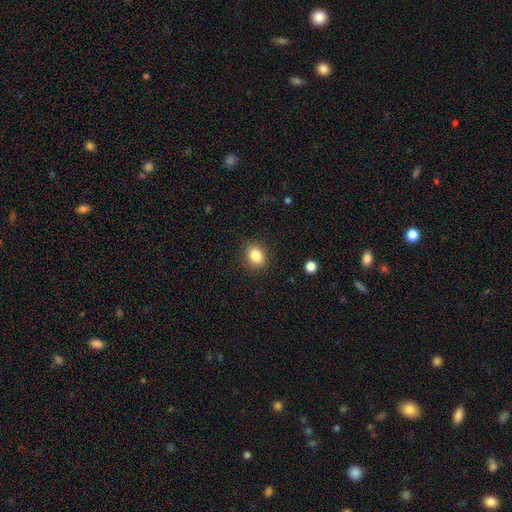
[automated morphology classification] This appears to be a smooth galaxy with no disk features (84%) that is round (57%). Merging: none (88%).